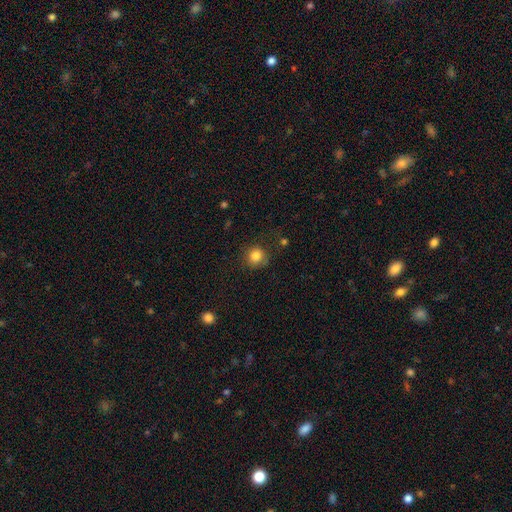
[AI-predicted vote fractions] smooth-or-featured: smooth: 83% | star or artifact: 11% | featured or disk: 6%
  how-rounded: round: 90% | in between: 9% | cigar-shaped: 1%
  merging: none: 80% | minor disturbance: 13% | major disturbance: 4% | merger: 2%